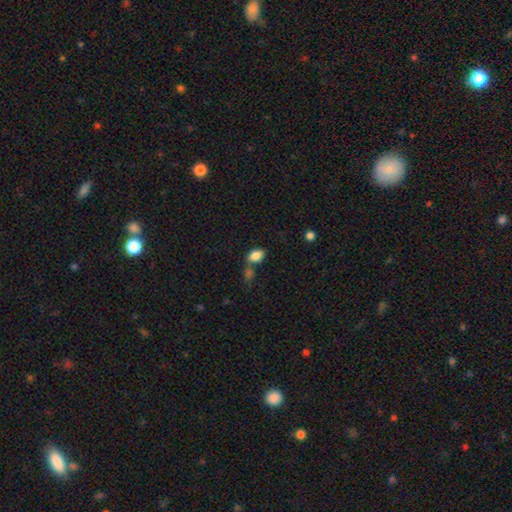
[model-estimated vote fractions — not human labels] Smooth or featured: smooth — 85% (star or artifact — 9%)
How rounded: in between — 86% (round — 12%)
Merging: none — 61% (merger — 21%)